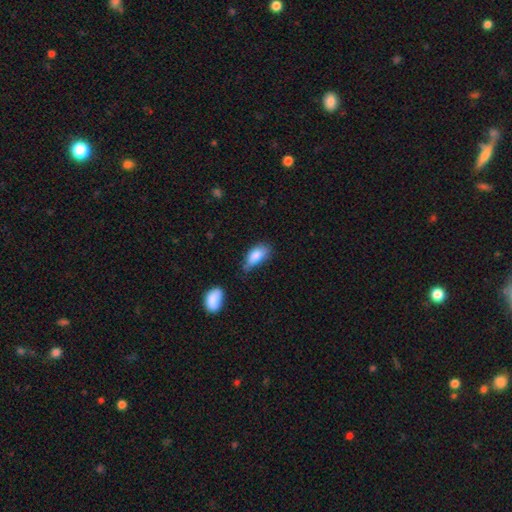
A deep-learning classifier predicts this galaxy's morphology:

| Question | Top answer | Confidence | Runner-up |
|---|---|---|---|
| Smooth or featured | smooth | 82% | featured or disk (11%) |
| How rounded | in between | 89% | cigar-shaped (7%) |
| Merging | none | 41% | minor disturbance (40%) |